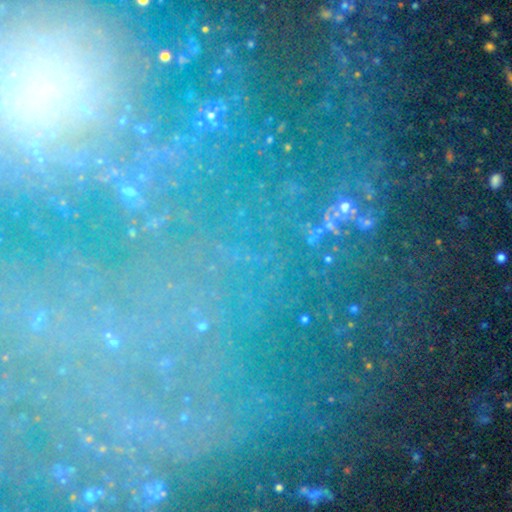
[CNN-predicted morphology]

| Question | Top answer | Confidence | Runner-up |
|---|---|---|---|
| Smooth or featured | star or artifact | 70% | featured or disk (18%) |